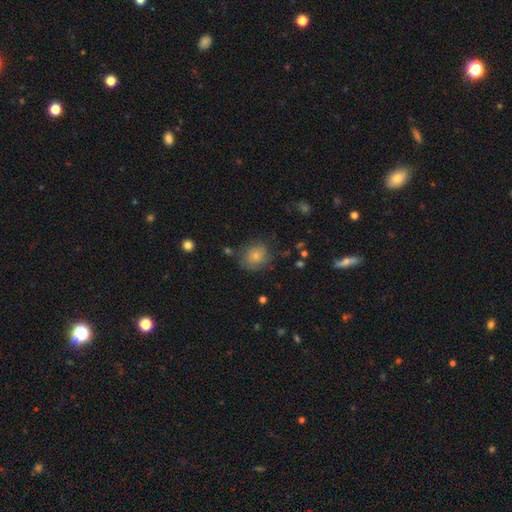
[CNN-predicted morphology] Smooth or featured: smooth — 69% (featured or disk — 21%)
How rounded: round — 72% (in between — 27%)
Merging: none — 65% (minor disturbance — 23%)